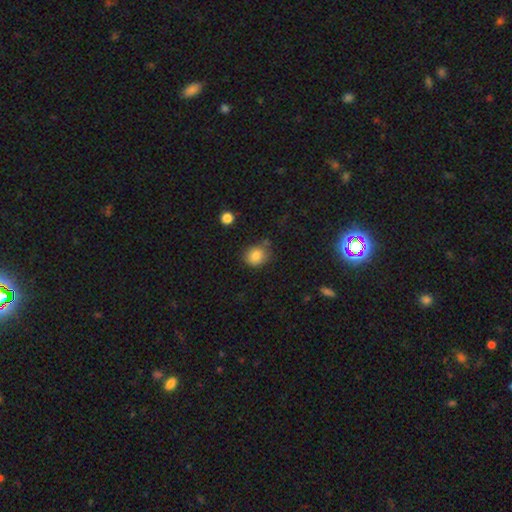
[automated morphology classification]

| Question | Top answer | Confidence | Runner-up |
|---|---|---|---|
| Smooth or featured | smooth | 83% | star or artifact (10%) |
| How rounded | round | 73% | in between (26%) |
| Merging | none | 70% | minor disturbance (18%) |